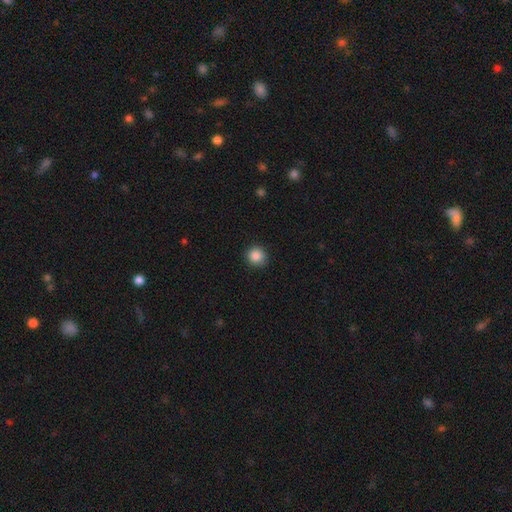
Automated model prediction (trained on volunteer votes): Smooth or featured? smooth (87%)
How rounded? round (91%)
Merging? none (89%)